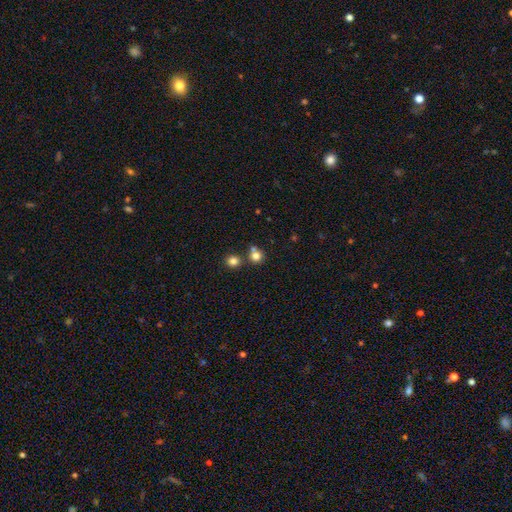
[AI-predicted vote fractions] Smooth or featured?
  - smooth: 80% *
  - star or artifact: 13%
  - featured or disk: 7%
How rounded?
  - round: 90% *
  - in between: 9%
  - cigar-shaped: 1%
Merging?
  - none: 62% *
  - merger: 28%
  - minor disturbance: 7%
  - major disturbance: 3%